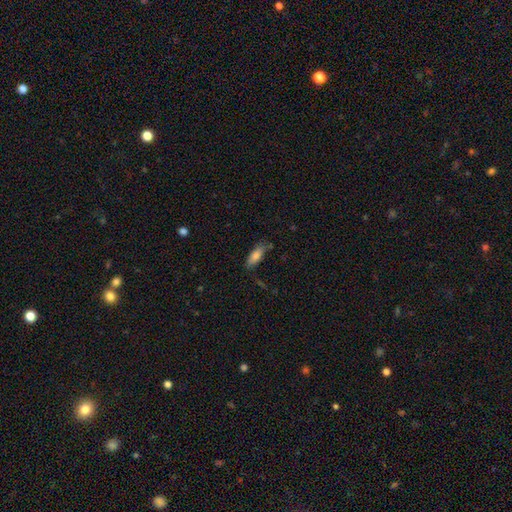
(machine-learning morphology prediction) Q: Smooth or featured?
A: smooth (79%); runner-up: featured or disk (14%)
Q: How rounded?
A: in between (70%); runner-up: cigar-shaped (28%)
Q: Merging?
A: none (75%); runner-up: minor disturbance (18%)